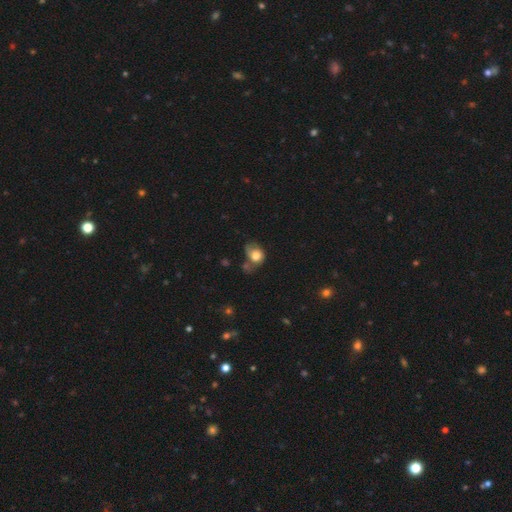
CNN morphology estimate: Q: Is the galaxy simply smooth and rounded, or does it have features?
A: smooth — 75%.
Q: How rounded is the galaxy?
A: round — 55%.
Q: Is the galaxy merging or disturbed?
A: none — 32%.